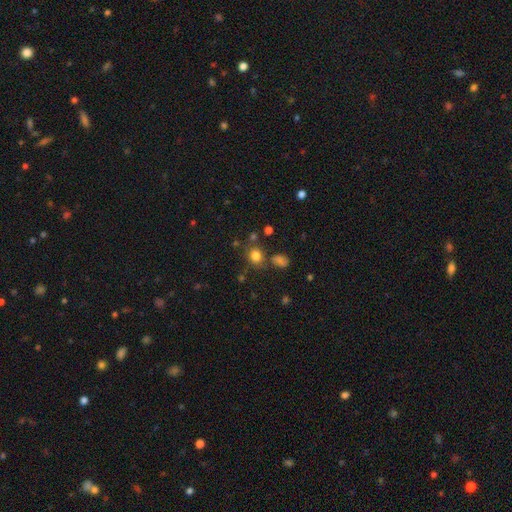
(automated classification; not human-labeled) Smooth or featured? Predicted: smooth (p=0.78). How rounded? Predicted: round (p=0.75). Merging? Predicted: none (p=0.72).